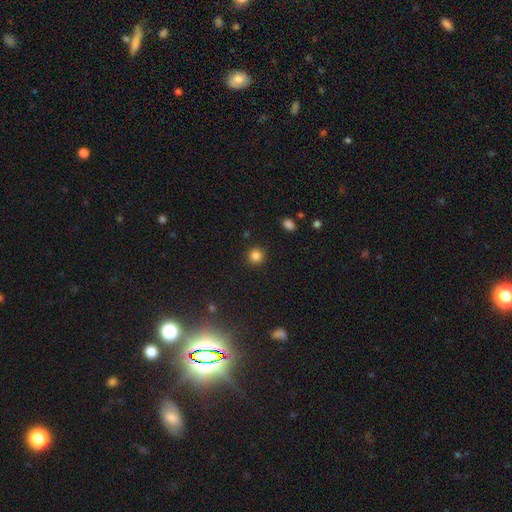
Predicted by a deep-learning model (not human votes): Smooth or featured? Predicted: smooth (p=0.84). How rounded? Predicted: round (p=0.93). Merging? Predicted: none (p=0.91).